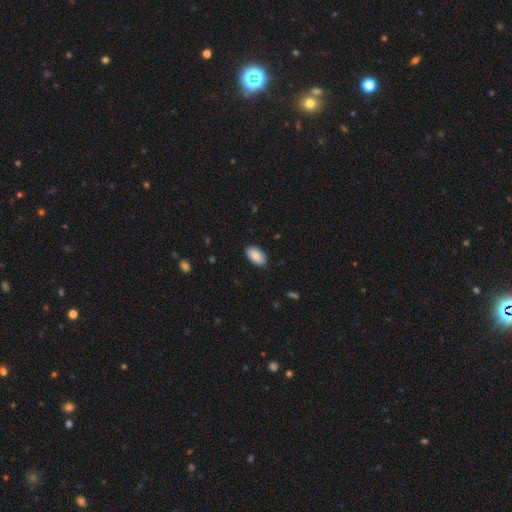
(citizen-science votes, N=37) This is clearly a smooth galaxy (89%). How rounded: clearly in between (97%). Merging: clearly none (89%).